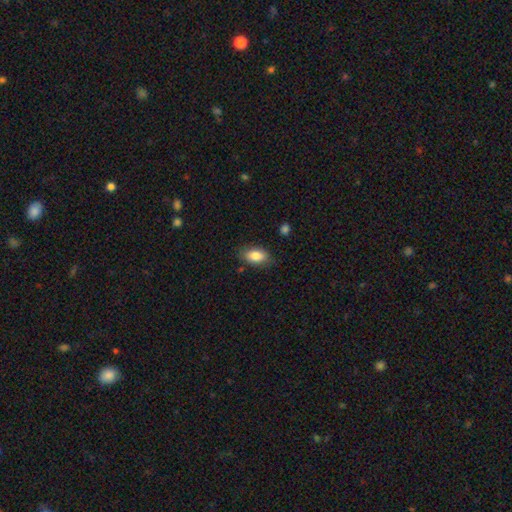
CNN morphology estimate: Q: Smooth or featured?
A: smooth (84%); runner-up: featured or disk (9%)
Q: How rounded?
A: in between (91%); runner-up: round (6%)
Q: Merging?
A: none (82%); runner-up: minor disturbance (14%)